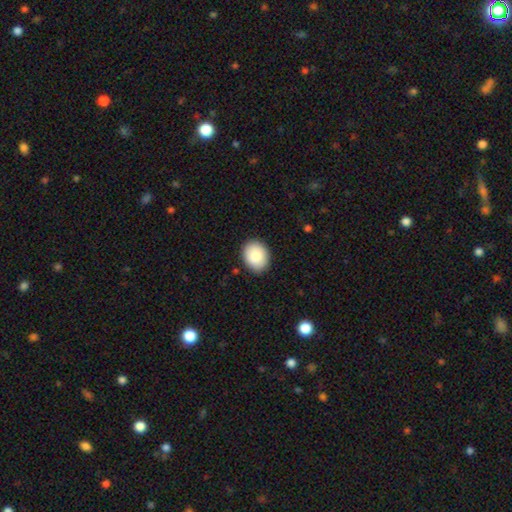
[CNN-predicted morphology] smooth-or-featured: smooth: 85% | featured or disk: 8% | star or artifact: 7%
  how-rounded: in between: 55% | round: 44% | cigar-shaped: 1%
  merging: none: 88% | minor disturbance: 9% | major disturbance: 2% | merger: 1%